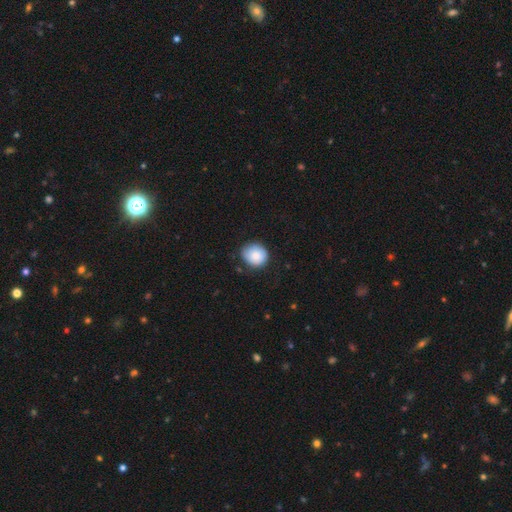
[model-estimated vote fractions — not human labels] A smooth galaxy with no disk features (84%) that is round (81%).

Vote fractions:
- Smooth or featured? smooth: 84% / featured or disk: 8% / star or artifact: 8%
- How rounded? round: 81% / in between: 18% / cigar-shaped: 1%
- Merging? none: 74% / minor disturbance: 21% / major disturbance: 4% / merger: 1%